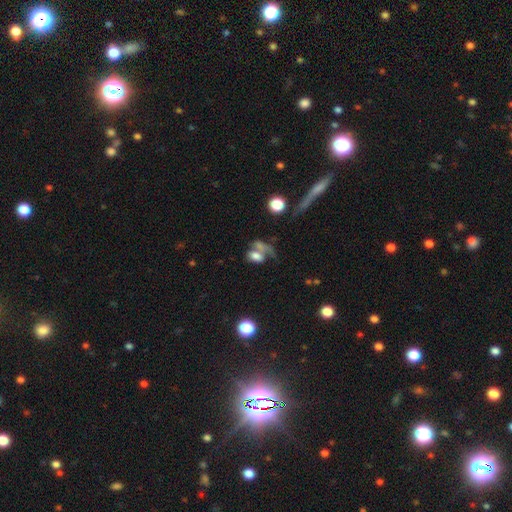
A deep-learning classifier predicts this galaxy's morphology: smooth 66%, featured or disk 21%, star or artifact 13%. Down the decision tree: how rounded — in between (78%); merging — merger (45%).